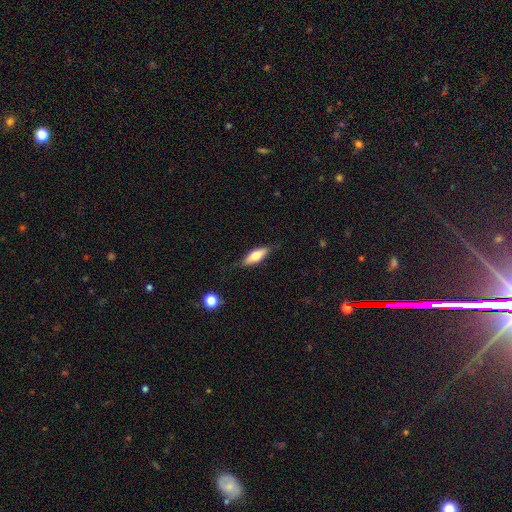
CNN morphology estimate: Q: Smooth or featured?
A: smooth (61%); runner-up: featured or disk (33%)
Q: How rounded?
A: in between (55%); runner-up: cigar-shaped (43%)
Q: Merging?
A: none (77%); runner-up: minor disturbance (17%)